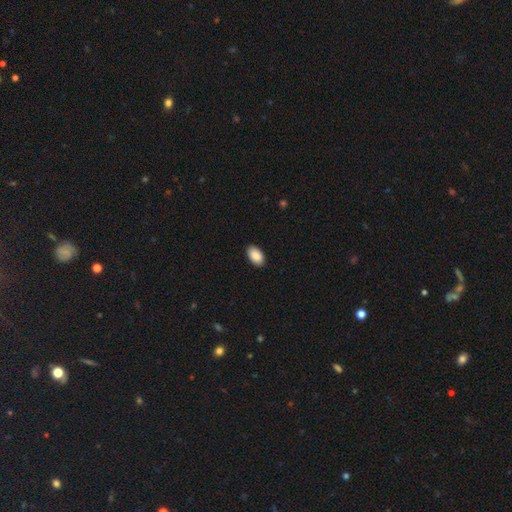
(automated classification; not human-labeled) A smooth galaxy with no disk features (90%) that is in between round and cigar-shaped (94%).

Vote fractions:
- Smooth or featured? smooth: 90% / star or artifact: 6% / featured or disk: 4%
- How rounded? in between: 94% / round: 4% / cigar-shaped: 1%
- Merging? none: 90% / minor disturbance: 8% / major disturbance: 2% / merger: 1%